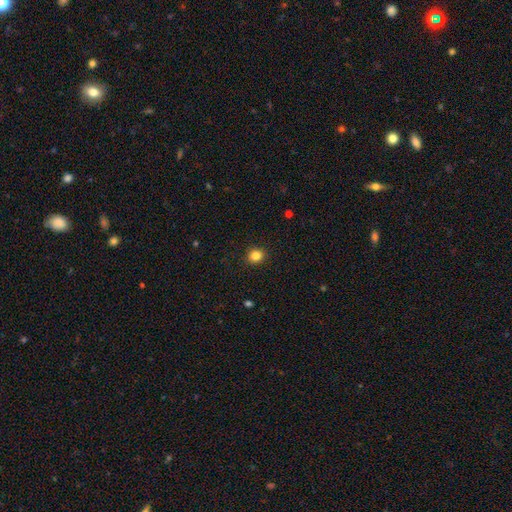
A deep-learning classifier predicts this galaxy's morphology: type=smooth (84%); roundness=round (82%); merging=none (92%).